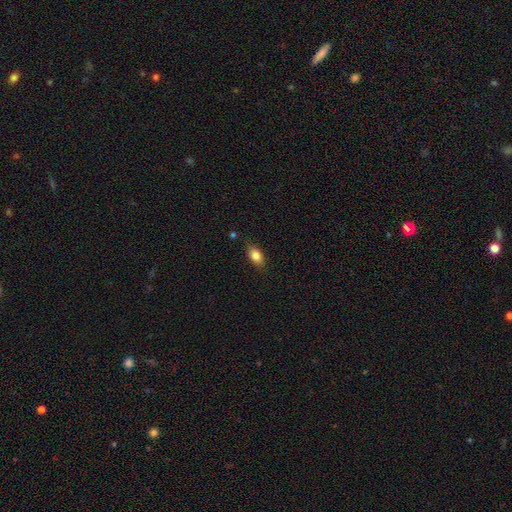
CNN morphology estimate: The model was most divided on "merging": none: 81%, minor disturbance: 14%, major disturbance: 3%, merger: 2%. More confident: how rounded — in between (84%); smooth or featured — smooth (81%).